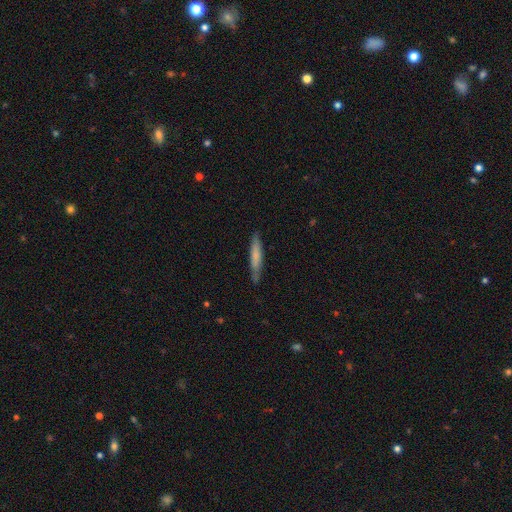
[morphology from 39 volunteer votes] A smooth galaxy with no disk features (72%) that is cigar-shaped (89%).

Vote fractions:
- Smooth or featured? smooth: 72% / featured or disk: 26% / star or artifact: 3%
- How rounded? cigar-shaped: 89% / in between: 11% / round: 0%
- Merging? none: 87% / minor disturbance: 11% / major disturbance: 3% / merger: 0%